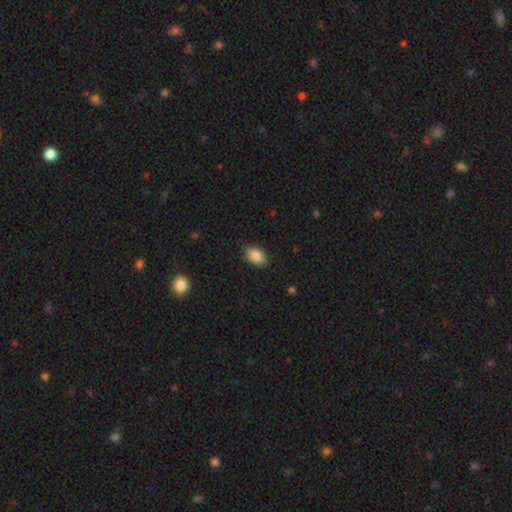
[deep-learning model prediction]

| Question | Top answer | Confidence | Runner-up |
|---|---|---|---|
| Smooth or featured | smooth | 88% | star or artifact (8%) |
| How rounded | in between | 87% | round (12%) |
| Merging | none | 86% | minor disturbance (11%) |